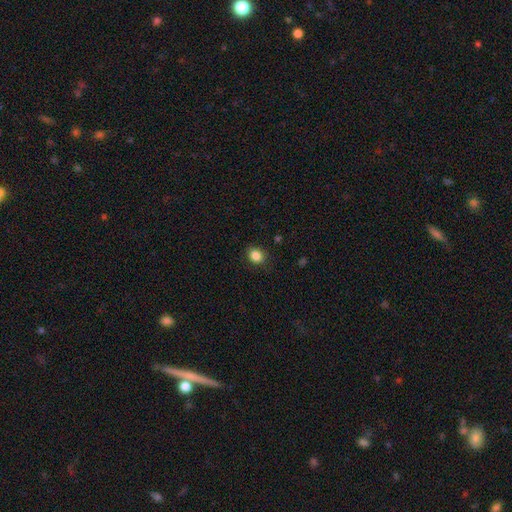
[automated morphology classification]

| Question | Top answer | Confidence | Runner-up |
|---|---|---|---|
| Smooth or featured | smooth | 86% | star or artifact (10%) |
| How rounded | round | 59% | in between (40%) |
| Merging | none | 87% | minor disturbance (9%) |